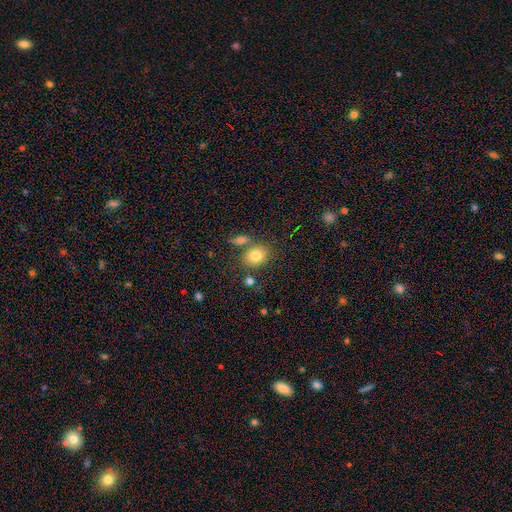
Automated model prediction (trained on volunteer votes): Smooth or featured? smooth (80%)
How rounded? round (50%)
Merging? none (65%)